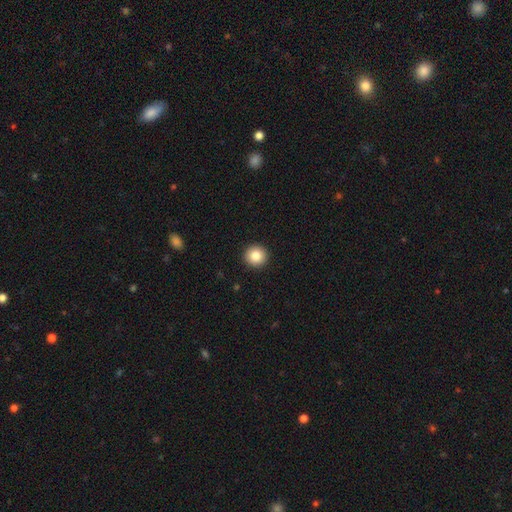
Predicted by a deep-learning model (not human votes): smooth-or-featured: smooth: 85% | star or artifact: 9% | featured or disk: 6%
  how-rounded: round: 94% | in between: 5% | cigar-shaped: 1%
  merging: none: 94% | minor disturbance: 4% | major disturbance: 1% | merger: 1%